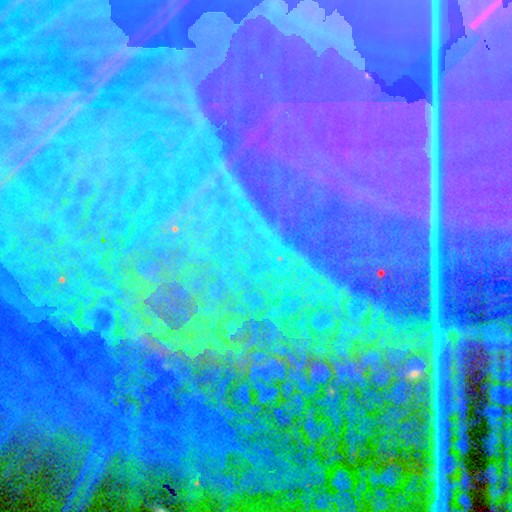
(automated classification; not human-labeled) The model was most divided on "smooth or featured": star or artifact: 85%, smooth: 8%, featured or disk: 8%.